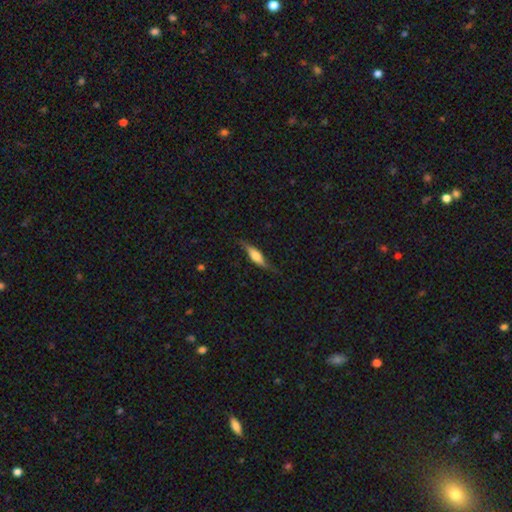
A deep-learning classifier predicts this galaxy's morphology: Q: Smooth or featured?
A: smooth (50%); runner-up: featured or disk (44%)
Q: Merging?
A: none (72%); runner-up: minor disturbance (21%)